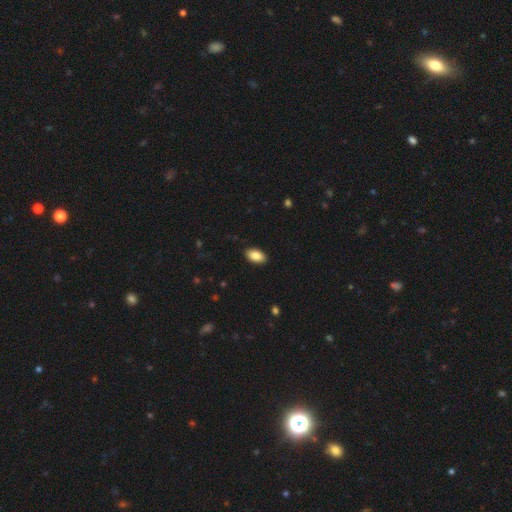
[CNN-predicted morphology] Smooth or featured?
  - smooth: 88% *
  - star or artifact: 7%
  - featured or disk: 5%
How rounded?
  - in between: 94% *
  - round: 4%
  - cigar-shaped: 2%
Merging?
  - none: 89% *
  - minor disturbance: 8%
  - major disturbance: 2%
  - merger: 1%